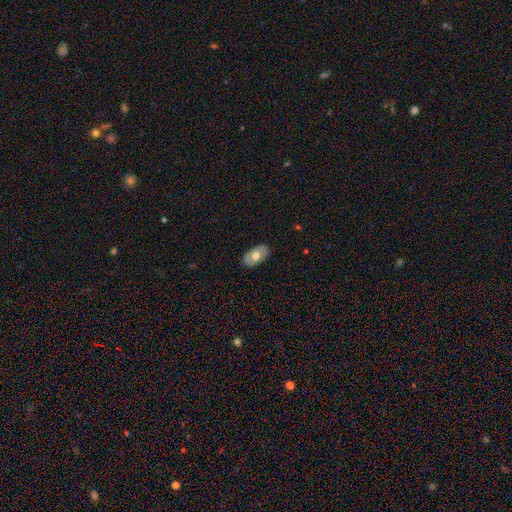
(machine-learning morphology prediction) Smooth or featured: smooth — 62% (featured or disk — 32%)
How rounded: in between — 93% (round — 6%)
Merging: none — 86% (minor disturbance — 11%)